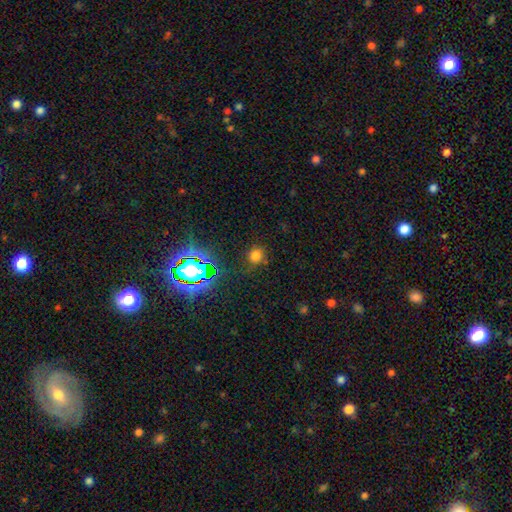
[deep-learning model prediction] The model was most divided on "smooth or featured": smooth: 68%, star or artifact: 26%, featured or disk: 6%. More confident: how rounded — round (86%); merging — none (81%).